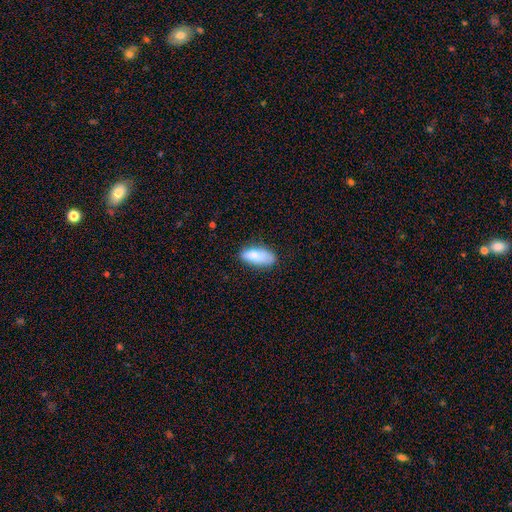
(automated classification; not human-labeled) smooth 80%, featured or disk 13%, star or artifact 7%. Down the decision tree: how rounded — in between (83%); merging — none (68%).